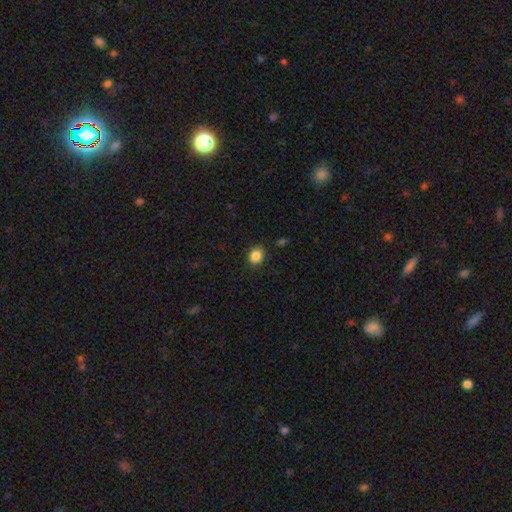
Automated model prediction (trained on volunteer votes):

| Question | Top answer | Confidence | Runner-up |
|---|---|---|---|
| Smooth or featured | smooth | 86% | star or artifact (10%) |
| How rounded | round | 70% | in between (30%) |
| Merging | none | 87% | minor disturbance (9%) |